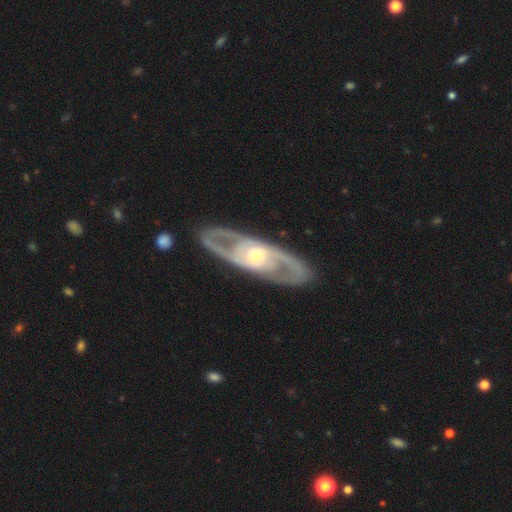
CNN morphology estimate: This appears to be a featured or disk galaxy (86%) with no bar (51%), 2 (84%) medium (49%) spiral arms (83%) and a moderate central bulge (59%). Merging: none (86%).